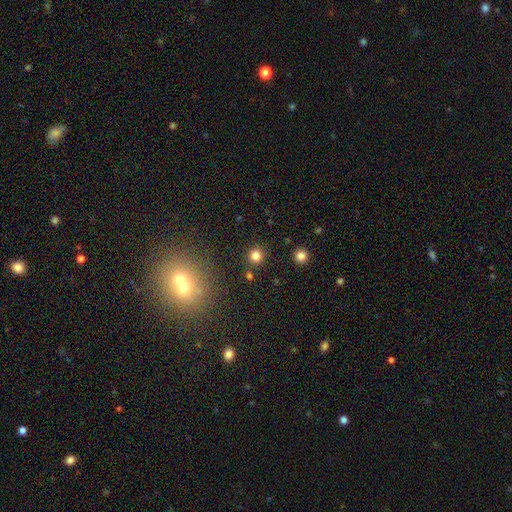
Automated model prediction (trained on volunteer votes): Smooth or featured?
  - smooth: 80% *
  - star or artifact: 15%
  - featured or disk: 5%
How rounded?
  - round: 93% *
  - in between: 6%
  - cigar-shaped: 1%
Merging?
  - none: 89% *
  - minor disturbance: 5%
  - merger: 4%
  - major disturbance: 2%